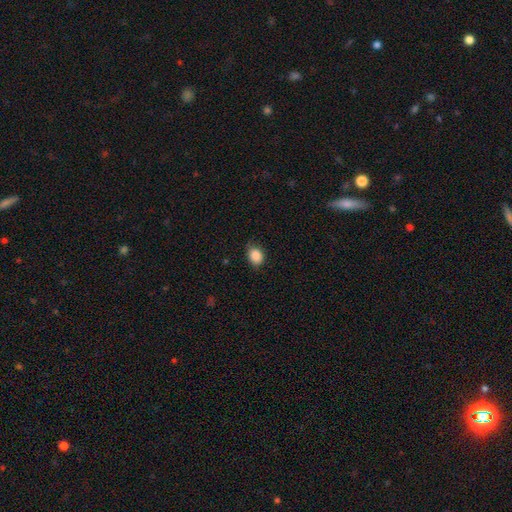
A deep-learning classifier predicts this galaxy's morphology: smooth-or-featured: smooth: 88% | star or artifact: 8% | featured or disk: 4%
  how-rounded: in between: 59% | round: 40% | cigar-shaped: 1%
  merging: none: 73% | minor disturbance: 22% | major disturbance: 4% | merger: 1%